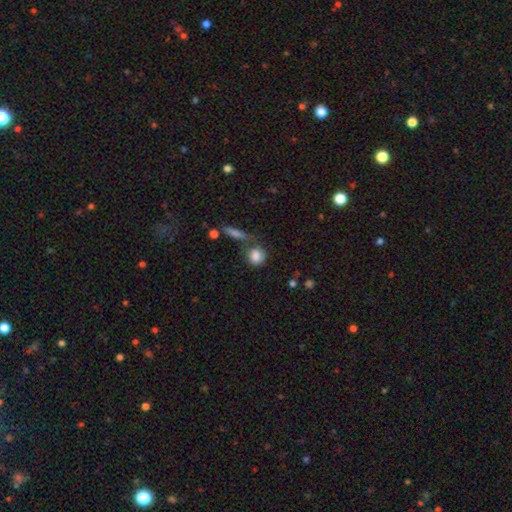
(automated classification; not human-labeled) Smooth or featured? smooth (83%)
How rounded? round (65%)
Merging? none (58%)